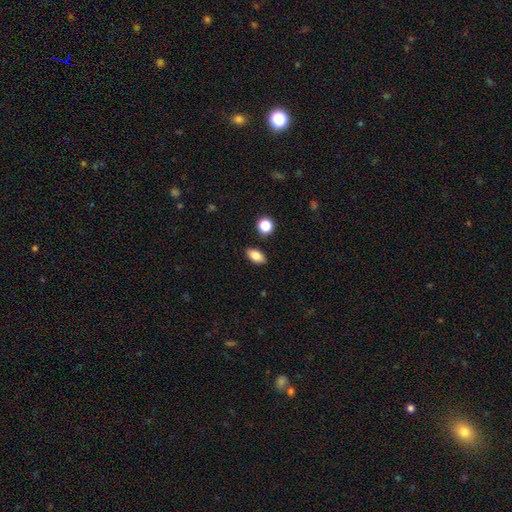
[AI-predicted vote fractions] smooth 84%, star or artifact 9%, featured or disk 8%. Down the decision tree: how rounded — in between (88%); merging — none (87%).